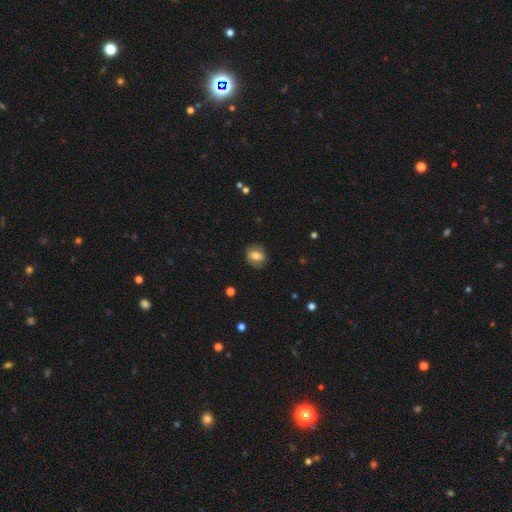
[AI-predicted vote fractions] smooth 70%, featured or disk 21%, star or artifact 9%. Down the decision tree: how rounded — in between (50%); merging — none (80%).